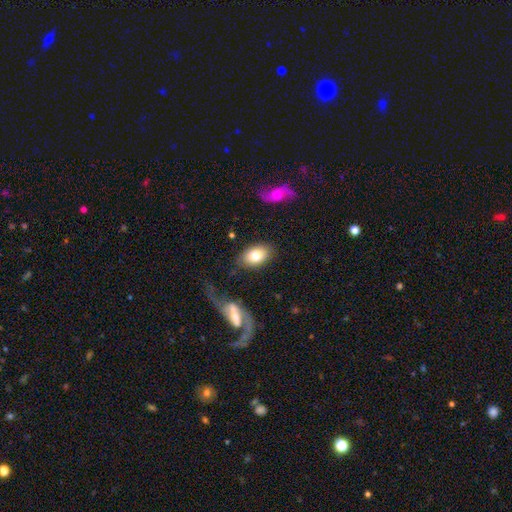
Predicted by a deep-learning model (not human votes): Smooth or featured? Predicted: smooth (p=0.78). How rounded? Predicted: in between (p=0.87). Merging? Predicted: none (p=0.81).